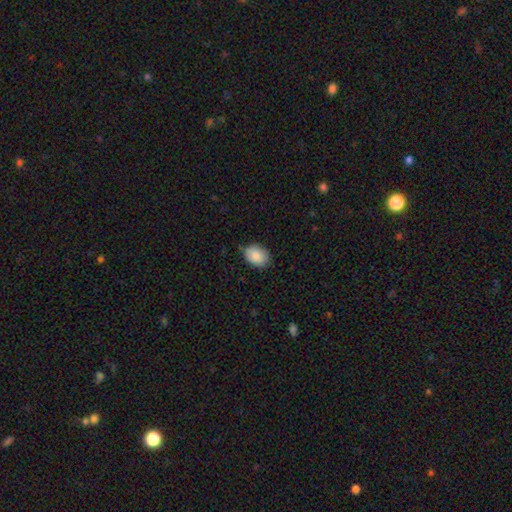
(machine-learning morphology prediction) This appears to be a smooth galaxy with no disk features (88%) that is in between round and cigar-shaped (75%). Merging: none (79%).